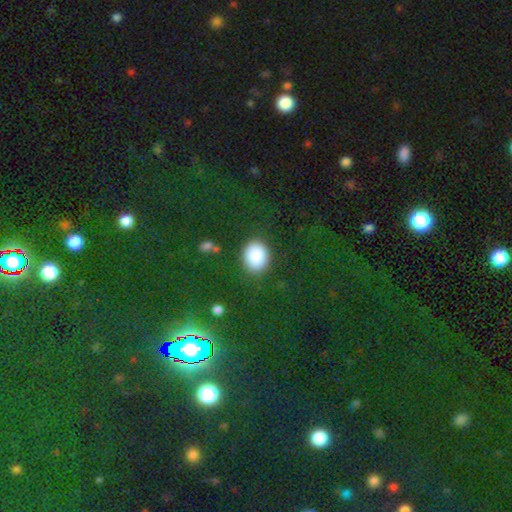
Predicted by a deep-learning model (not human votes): smooth-or-featured: smooth: 85% | star or artifact: 10% | featured or disk: 5%
  how-rounded: in between: 50% | round: 48% | cigar-shaped: 1%
  merging: none: 83% | minor disturbance: 11% | major disturbance: 4% | merger: 2%